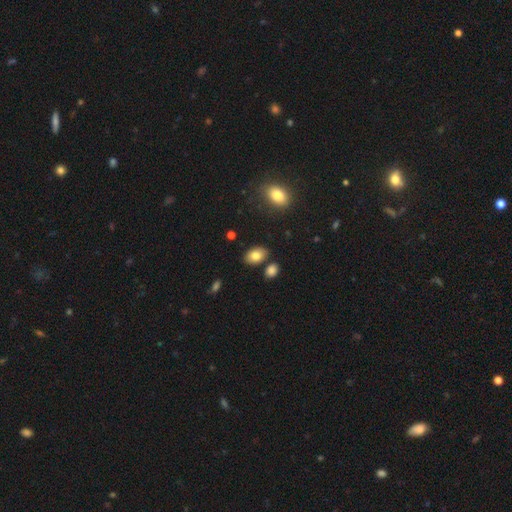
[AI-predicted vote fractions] A smooth galaxy with no disk features (82%) that is in between round and cigar-shaped (88%). Merging: none (81%).